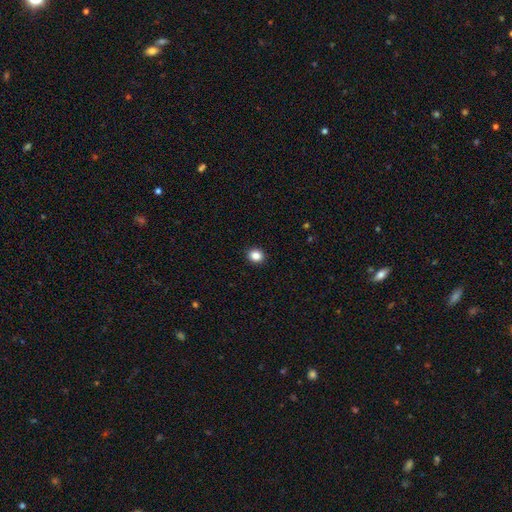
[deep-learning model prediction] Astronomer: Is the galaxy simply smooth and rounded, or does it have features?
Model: smooth — 86%.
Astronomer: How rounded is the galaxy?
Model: round — 78%.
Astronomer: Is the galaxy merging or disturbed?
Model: none — 93%.